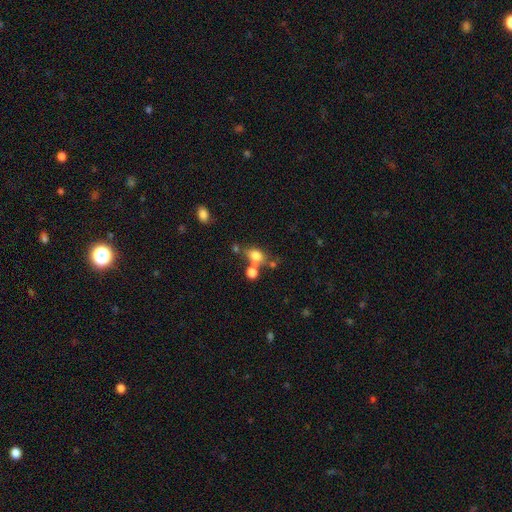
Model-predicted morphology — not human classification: A smooth galaxy with no disk features (73%) that is in between round and cigar-shaped (62%). Merging: none (46%).